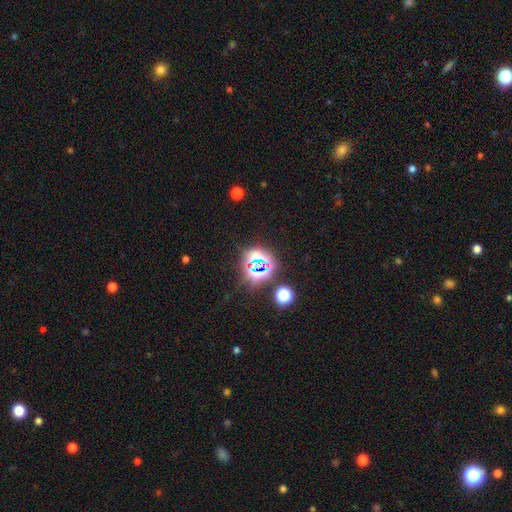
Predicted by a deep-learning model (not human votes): This appears to be a star or artifact, not a galaxy (73%).